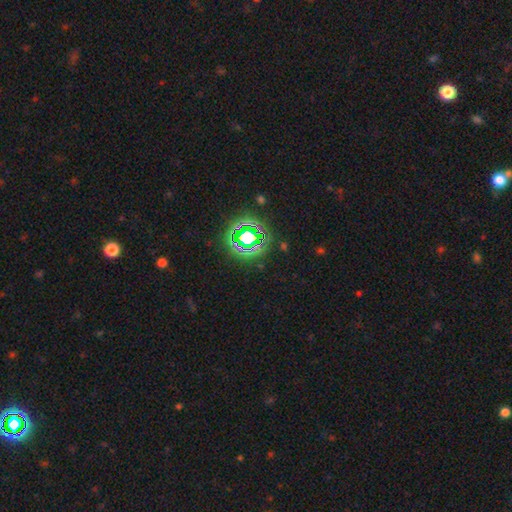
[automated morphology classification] The model was most divided on "smooth or featured": star or artifact: 80%, smooth: 13%, featured or disk: 7%.